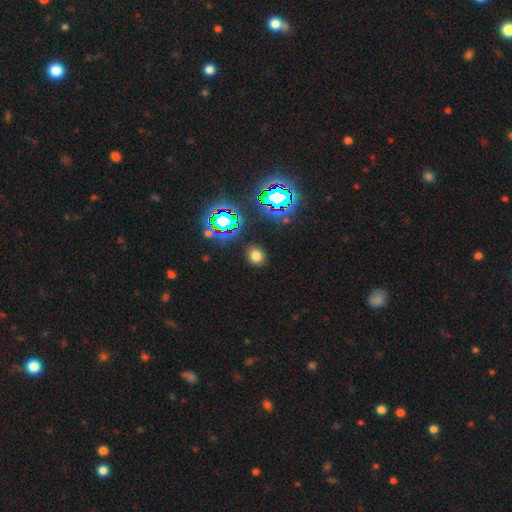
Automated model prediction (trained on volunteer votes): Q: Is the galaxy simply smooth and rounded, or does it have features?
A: smooth — 67%.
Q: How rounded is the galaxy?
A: round — 68%.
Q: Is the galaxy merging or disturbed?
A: none — 88%.